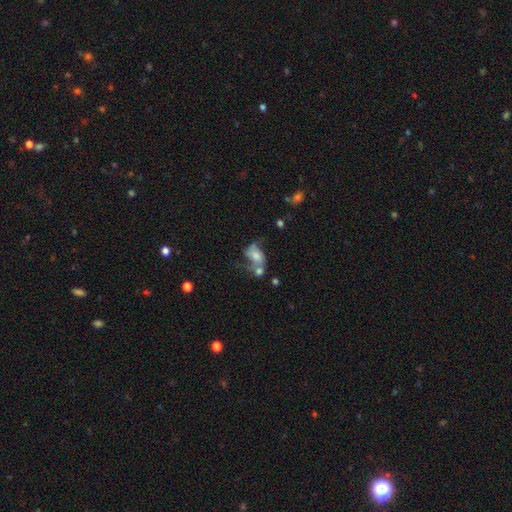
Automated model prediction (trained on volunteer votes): Smooth or featured?
  - featured or disk: 46% *
  - smooth: 43%
  - star or artifact: 11%
Merging?
  - merger: 32% *
  - major disturbance: 26%
  - none: 25%
  - minor disturbance: 17%